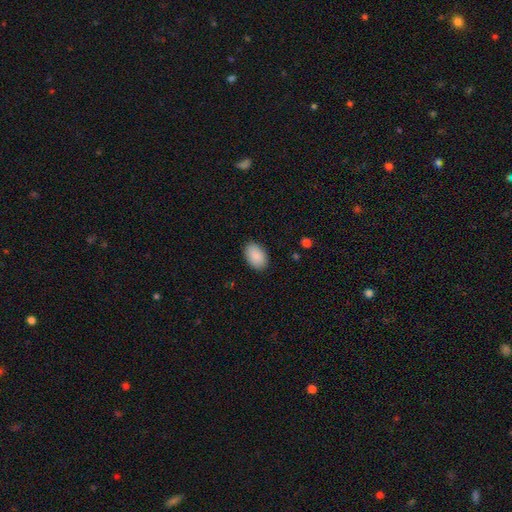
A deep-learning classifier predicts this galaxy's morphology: This is clearly a smooth galaxy (91%). How rounded: clearly in between (92%). Merging: clearly none (88%).